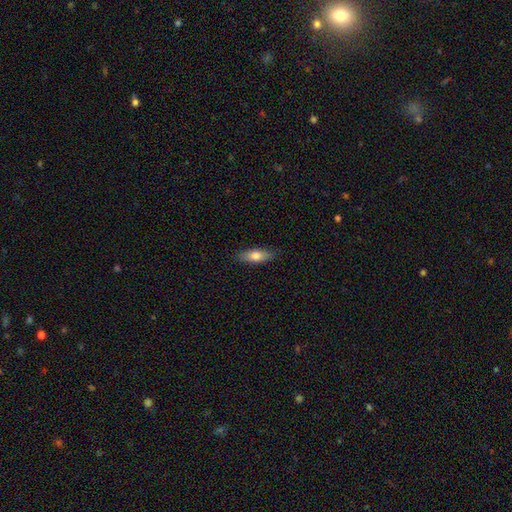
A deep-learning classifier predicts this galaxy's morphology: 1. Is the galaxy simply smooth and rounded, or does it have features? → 74% smooth, 20% featured or disk, 6% star or artifact.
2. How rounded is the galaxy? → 63% in between, 35% cigar-shaped, 3% round.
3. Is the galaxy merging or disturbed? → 86% none, 11% minor disturbance, 2% major disturbance, 1% merger.